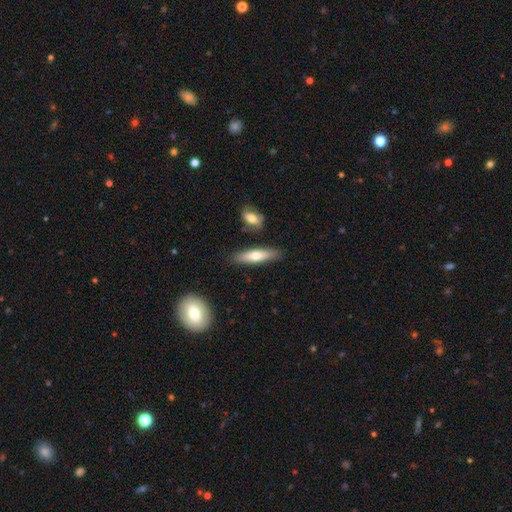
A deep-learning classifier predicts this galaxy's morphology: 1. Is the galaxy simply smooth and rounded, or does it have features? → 62% smooth, 32% featured or disk, 6% star or artifact.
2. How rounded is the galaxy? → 73% cigar-shaped, 26% in between, 2% round.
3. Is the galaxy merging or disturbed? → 83% none, 10% minor disturbance, 5% merger, 2% major disturbance.